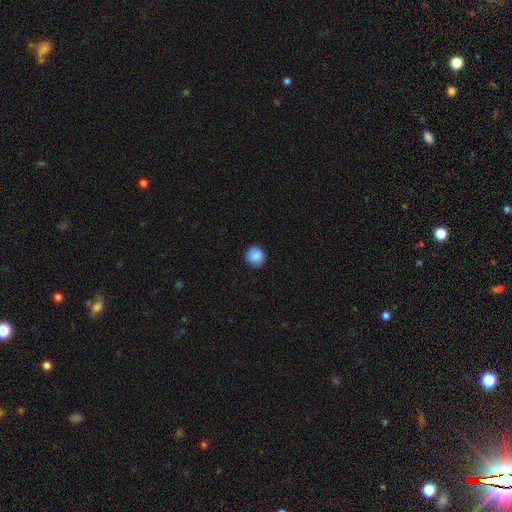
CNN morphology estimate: smooth 86%, star or artifact 8%, featured or disk 6%. Down the decision tree: how rounded — round (90%); merging — none (86%).